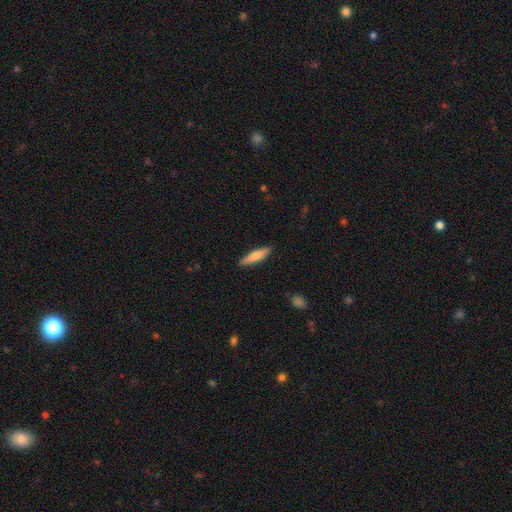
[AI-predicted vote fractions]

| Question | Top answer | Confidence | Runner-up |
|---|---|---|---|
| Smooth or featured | smooth | 73% | featured or disk (21%) |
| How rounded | cigar-shaped | 76% | in between (23%) |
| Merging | none | 88% | minor disturbance (9%) |